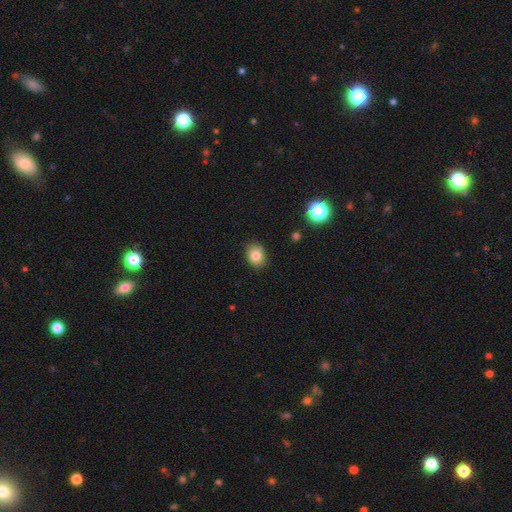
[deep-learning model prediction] This is clearly a smooth galaxy (82%). How rounded: possibly in between (53%). Merging: clearly none (84%).